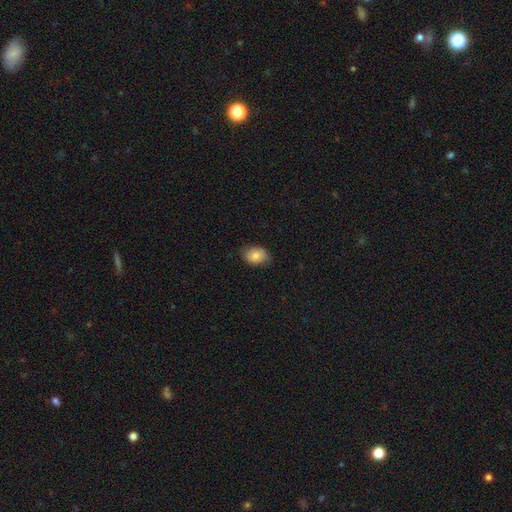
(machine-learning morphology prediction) smooth_or_featured: smooth (p=0.81) [alt: featured or disk p=0.11]
how_rounded: in between (p=0.71) [alt: round p=0.28]
merging: none (p=0.75) [alt: minor disturbance p=0.20]